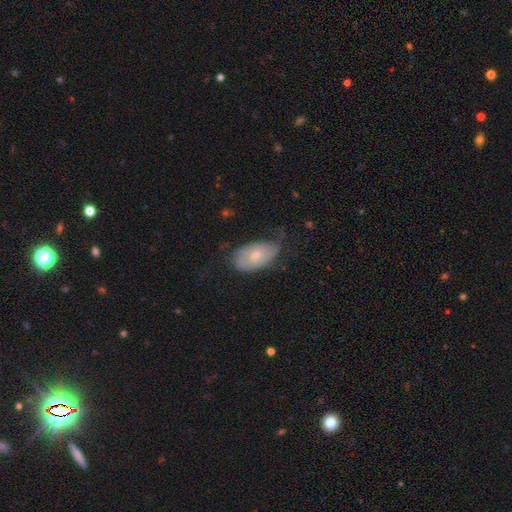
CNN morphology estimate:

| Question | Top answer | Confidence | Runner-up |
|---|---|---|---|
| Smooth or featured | featured or disk | 50% | smooth (43%) |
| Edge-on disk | no | 92% | yes (8%) |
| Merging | none | 48% | minor disturbance (35%) |